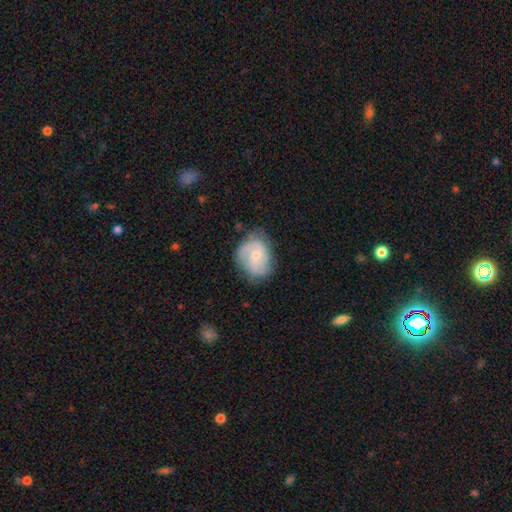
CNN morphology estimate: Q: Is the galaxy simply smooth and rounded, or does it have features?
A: featured or disk — 63%.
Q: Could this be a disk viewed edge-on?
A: no — 98%.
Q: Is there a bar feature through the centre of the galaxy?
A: no — 64%.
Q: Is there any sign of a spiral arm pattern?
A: yes — 90%.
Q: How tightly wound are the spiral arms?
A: medium — 46%.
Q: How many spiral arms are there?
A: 2 — 52%.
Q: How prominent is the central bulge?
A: small — 62%.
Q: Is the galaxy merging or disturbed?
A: none — 66%.